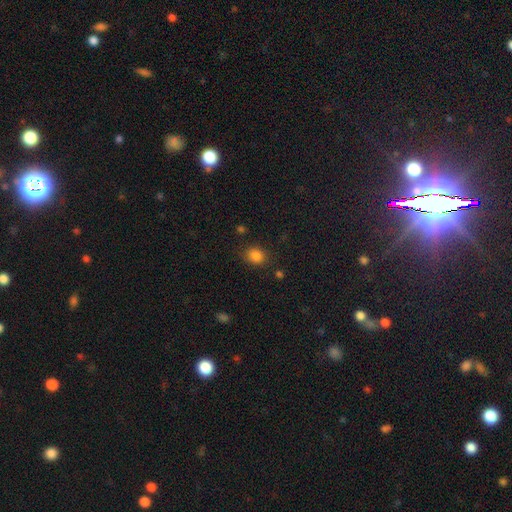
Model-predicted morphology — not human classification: Smooth or featured? smooth (84%)
How rounded? round (55%)
Merging? none (82%)